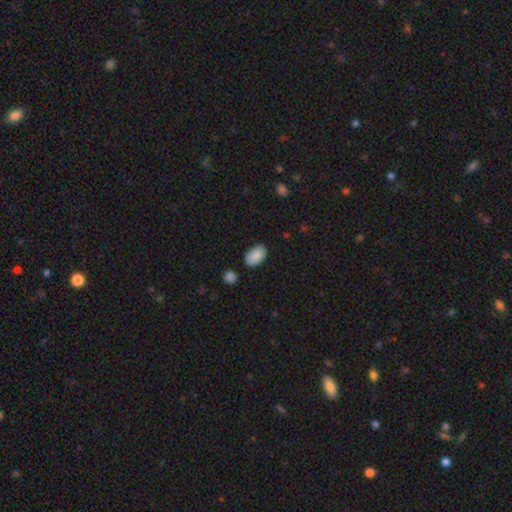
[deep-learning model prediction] A smooth galaxy with no disk features (88%) that is in between round and cigar-shaped (93%). Merging: none (82%).